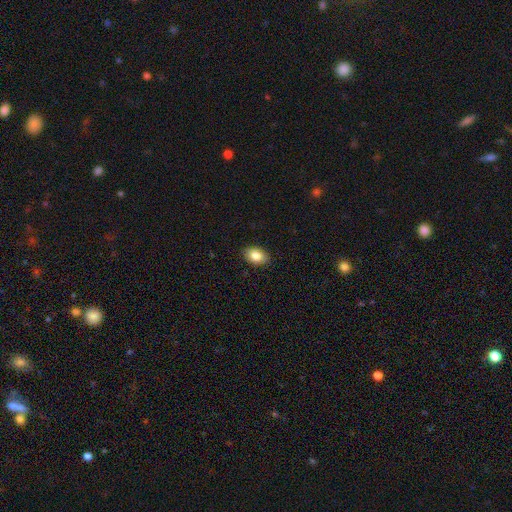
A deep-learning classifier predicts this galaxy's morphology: Smooth or featured? Predicted: smooth (p=0.84). How rounded? Predicted: in between (p=0.84). Merging? Predicted: none (p=0.89).